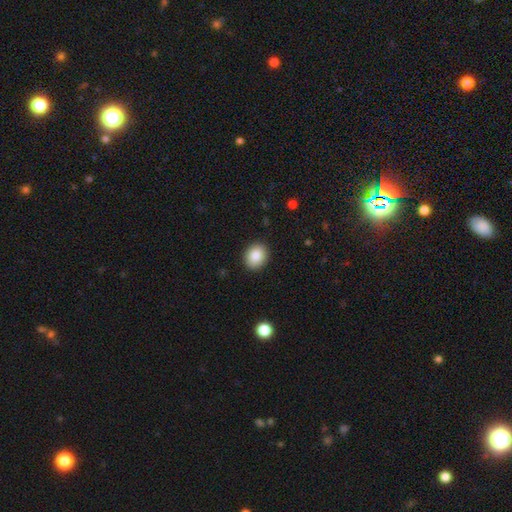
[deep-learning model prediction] A smooth galaxy with no disk features (86%) that is round (54%).

Vote fractions:
- Smooth or featured? smooth: 86% / star or artifact: 8% / featured or disk: 6%
- How rounded? round: 54% / in between: 45% / cigar-shaped: 1%
- Merging? none: 90% / minor disturbance: 7% / major disturbance: 2% / merger: 1%